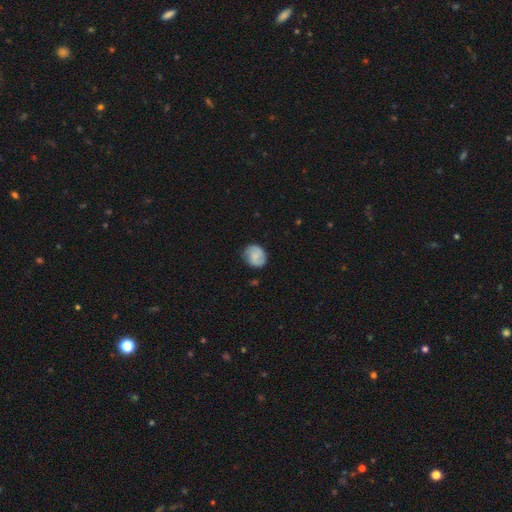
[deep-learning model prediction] This appears to be a featured or disk galaxy (48%). Merging: none (79%).